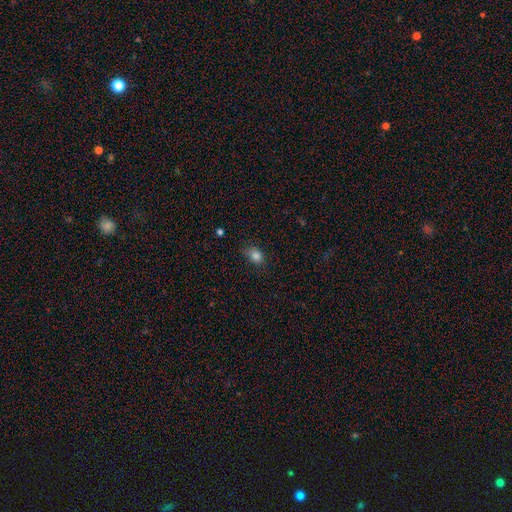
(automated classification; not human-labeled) A smooth galaxy with no disk features (83%) that is in between round and cigar-shaped (55%).

Vote fractions:
- Smooth or featured? smooth: 83% / star or artifact: 12% / featured or disk: 6%
- How rounded? in between: 55% / round: 44% / cigar-shaped: 1%
- Merging? none: 65% / minor disturbance: 27% / major disturbance: 7% / merger: 2%